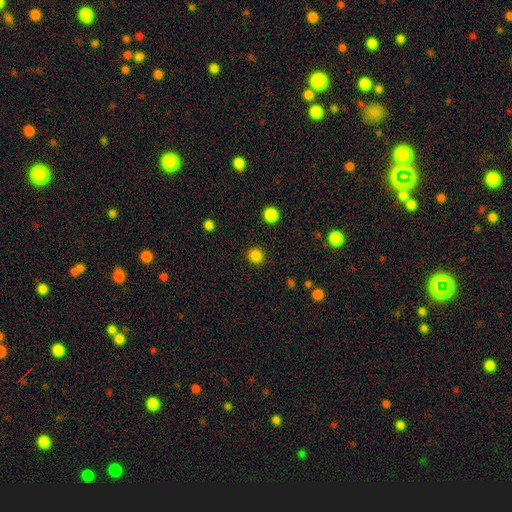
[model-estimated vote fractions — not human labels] smooth_or_featured: smooth (p=0.84) [alt: star or artifact p=0.13]
how_rounded: round (p=0.92) [alt: in between p=0.07]
merging: none (p=0.91) [alt: minor disturbance p=0.05]